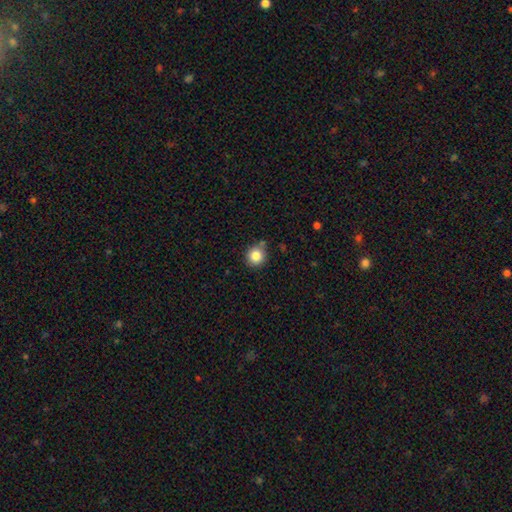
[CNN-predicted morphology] Q: Smooth or featured?
A: smooth (84%); runner-up: star or artifact (10%)
Q: How rounded?
A: round (92%); runner-up: in between (7%)
Q: Merging?
A: none (80%); runner-up: minor disturbance (12%)